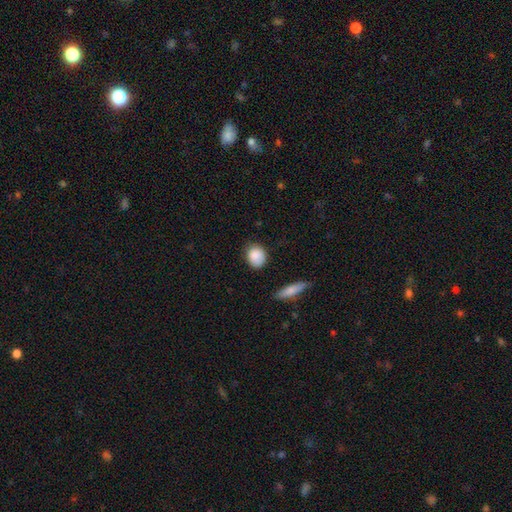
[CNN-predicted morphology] smooth 87%, star or artifact 7%, featured or disk 6%. Down the decision tree: how rounded — round (65%); merging — none (71%).